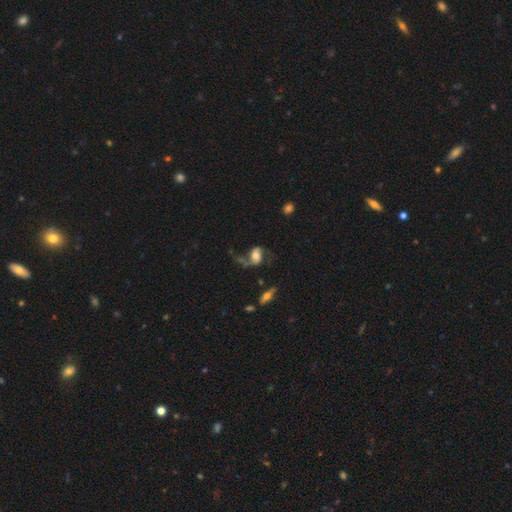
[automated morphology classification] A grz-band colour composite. It shows a featured or disk galaxy (60%) with no bar (54%), spiral arms (84%) and a moderate central bulge (42%). Merging: none (40%).